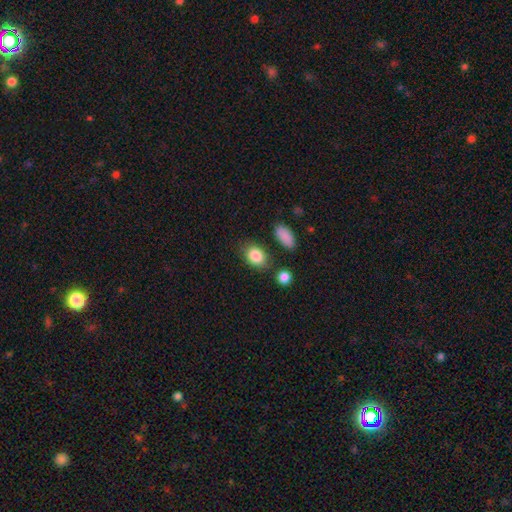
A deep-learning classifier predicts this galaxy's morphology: Smooth or featured?
  - smooth: 86% *
  - star or artifact: 8%
  - featured or disk: 6%
How rounded?
  - in between: 74% *
  - round: 25%
  - cigar-shaped: 1%
Merging?
  - none: 74% *
  - minor disturbance: 15%
  - merger: 7%
  - major disturbance: 5%